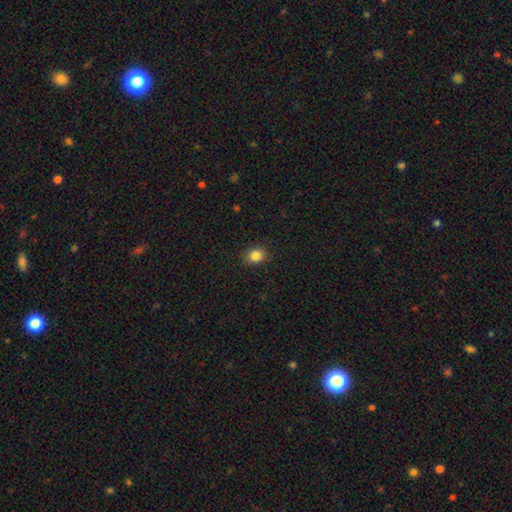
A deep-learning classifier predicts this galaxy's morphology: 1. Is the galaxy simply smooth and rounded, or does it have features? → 85% smooth, 10% star or artifact, 5% featured or disk.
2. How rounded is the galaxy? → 64% round, 35% in between, 1% cigar-shaped.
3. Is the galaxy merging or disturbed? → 88% none, 9% minor disturbance, 2% major disturbance, 1% merger.